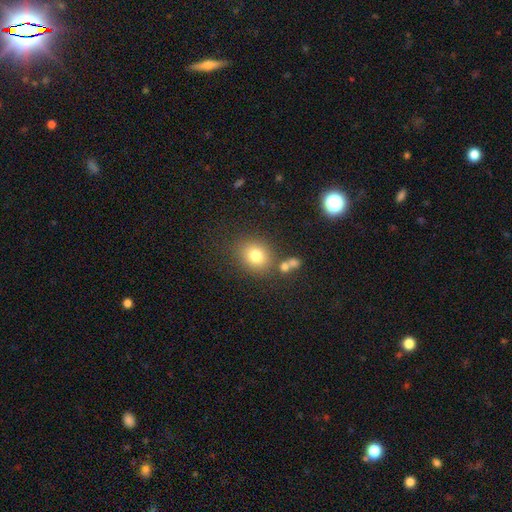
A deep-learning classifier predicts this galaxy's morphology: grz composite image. It shows a smooth galaxy with no disk features (78%) that is round (70%). Merging: none (75%).